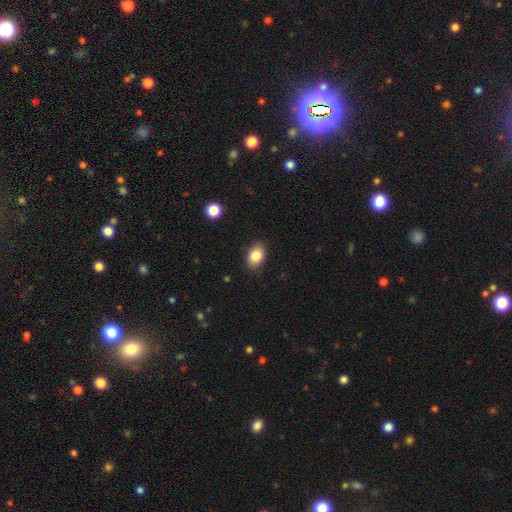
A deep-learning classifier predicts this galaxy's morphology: This is clearly a smooth galaxy (86%). How rounded: likely in between (79%). Merging: clearly none (85%).